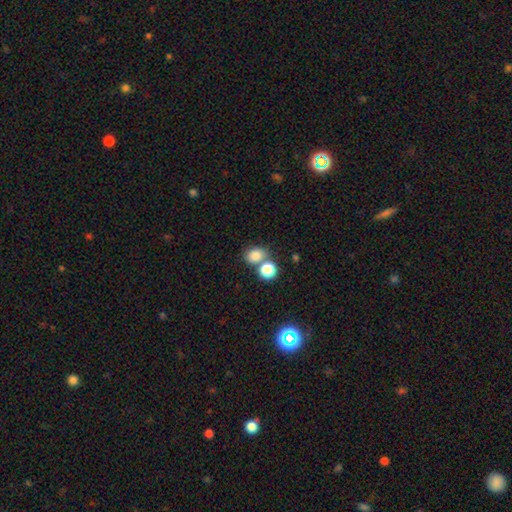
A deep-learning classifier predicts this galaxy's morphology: This is clearly a smooth galaxy (81%). How rounded: possibly round (51%). Merging: possibly none (56%).